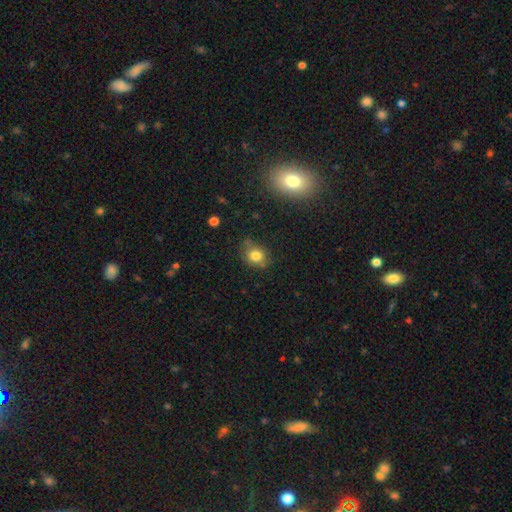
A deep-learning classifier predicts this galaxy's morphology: Q: Smooth or featured?
A: smooth (79%); runner-up: star or artifact (12%)
Q: How rounded?
A: round (68%); runner-up: in between (30%)
Q: Merging?
A: none (66%); runner-up: minor disturbance (24%)